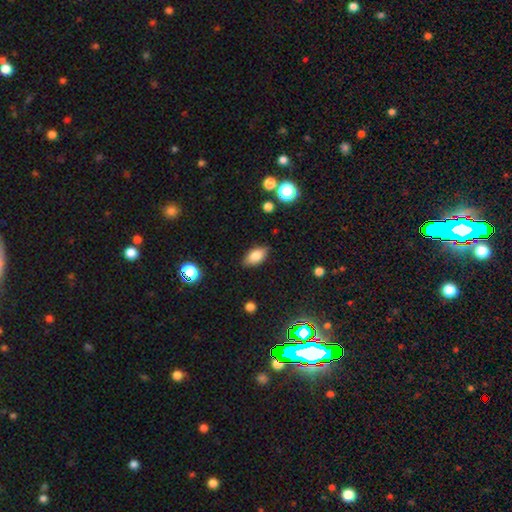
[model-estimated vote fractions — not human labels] Q: Smooth or featured?
A: smooth (78%); runner-up: featured or disk (13%)
Q: How rounded?
A: in between (88%); runner-up: cigar-shaped (6%)
Q: Merging?
A: none (84%); runner-up: minor disturbance (12%)